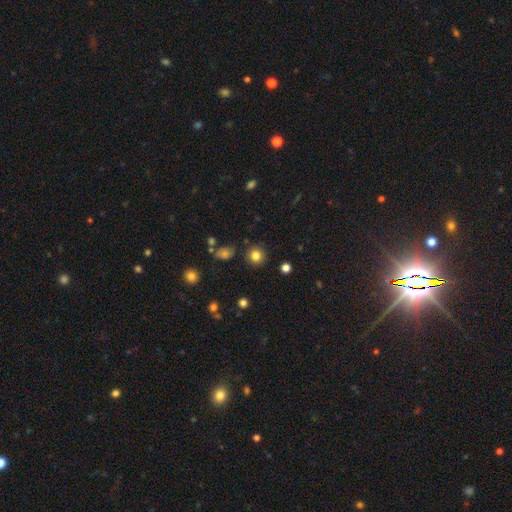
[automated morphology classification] type=smooth (83%); roundness=round (91%); merging=none (88%).